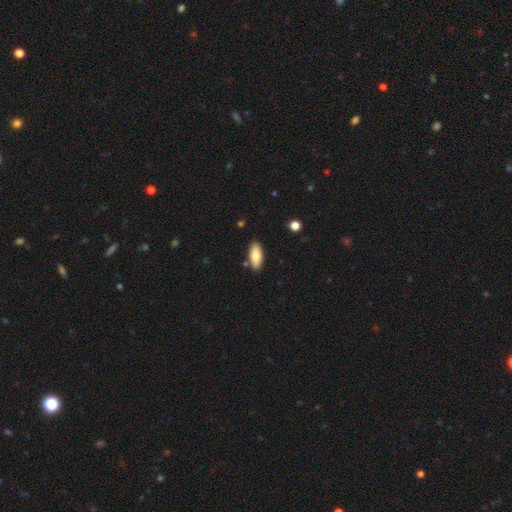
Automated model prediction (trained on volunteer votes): smooth_or_featured: smooth (p=0.81) [alt: featured or disk p=0.12]
how_rounded: in between (p=0.87) [alt: cigar-shaped p=0.11]
merging: none (p=0.84) [alt: minor disturbance p=0.11]